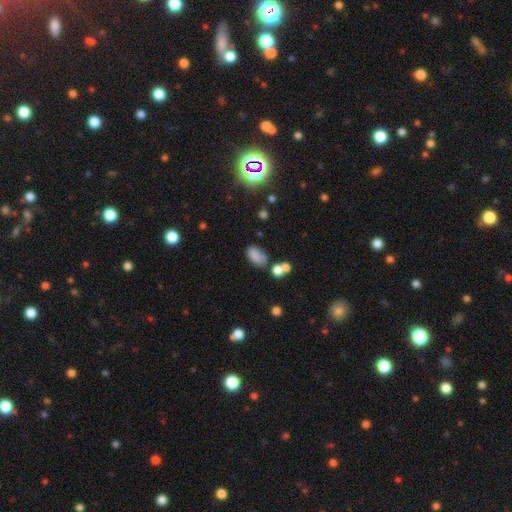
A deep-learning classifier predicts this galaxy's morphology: The model was most divided on "merging": none: 51%, minor disturbance: 22%, merger: 17%, major disturbance: 10%. More confident: how rounded — in between (89%); smooth or featured — smooth (77%).